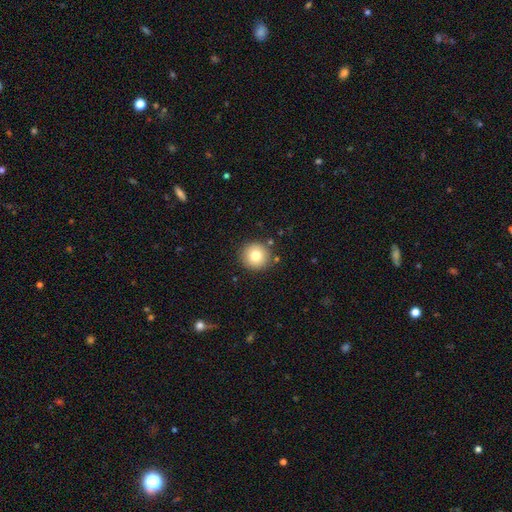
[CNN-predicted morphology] This appears to be a smooth galaxy with no disk features (79%) that is round (94%). Merging: none (88%).